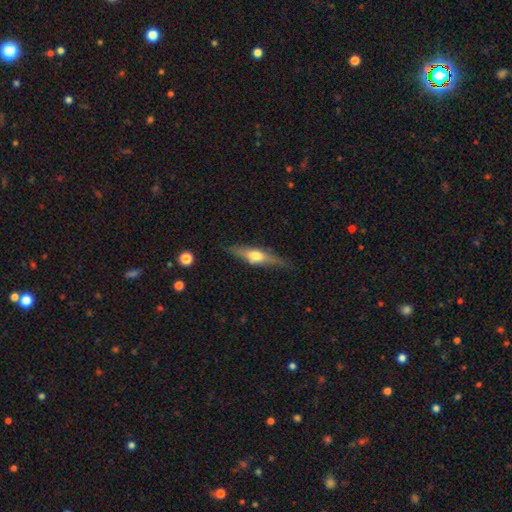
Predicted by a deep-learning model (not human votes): Smooth or featured? Predicted: featured or disk (p=0.55). Edge-on disk? Predicted: yes (p=0.90). Merging? Predicted: none (p=0.79).